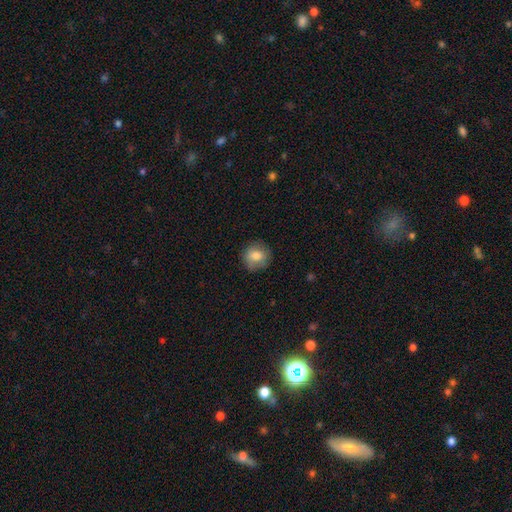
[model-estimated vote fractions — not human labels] This appears to be a smooth galaxy with no disk features (80%) that is round (88%). Merging: none (84%).